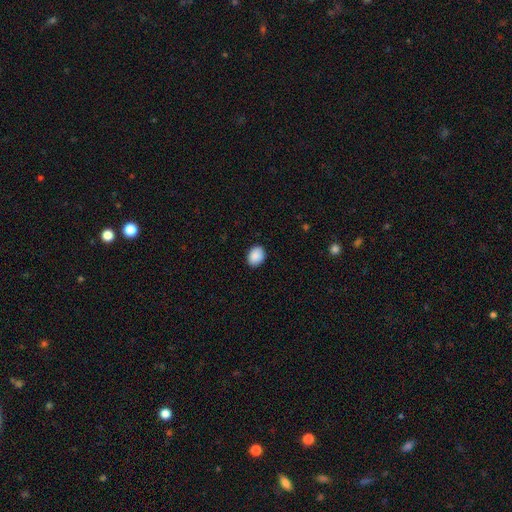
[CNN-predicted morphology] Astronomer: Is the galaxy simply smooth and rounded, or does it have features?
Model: smooth — 90%.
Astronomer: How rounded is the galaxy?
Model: in between — 61% (runner-up: round, 38%).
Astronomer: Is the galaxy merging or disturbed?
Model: none — 89%.